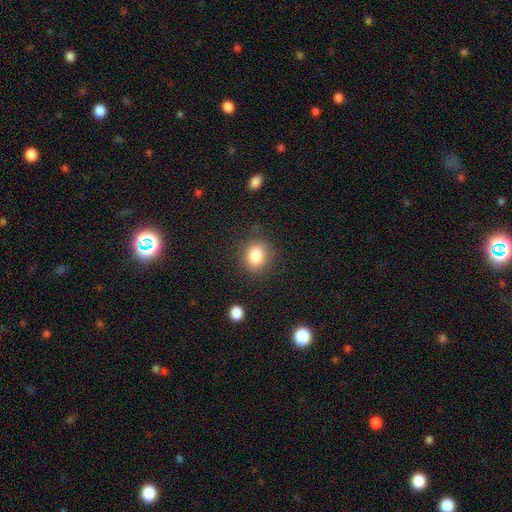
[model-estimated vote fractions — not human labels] This is clearly a smooth galaxy (84%). How rounded: likely round (71%). Merging: clearly none (82%).